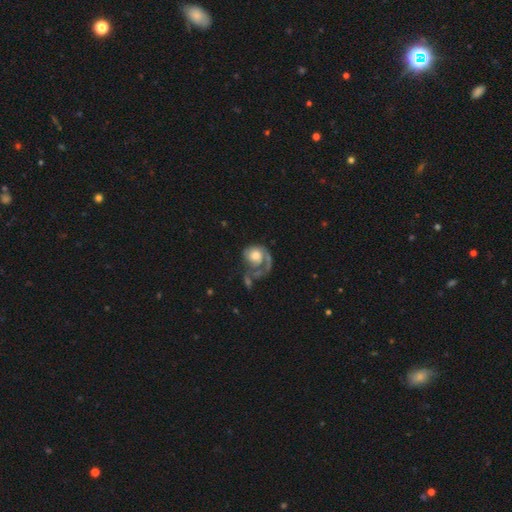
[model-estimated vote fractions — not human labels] Morphology: type=featured or disk (70%); edge-on=no (98%); bar=no (80%); spiral arms=yes (84%); winding=tight (40%); arm count=1 (78%); bulge=moderate (53%); merging=major disturbance (40%).